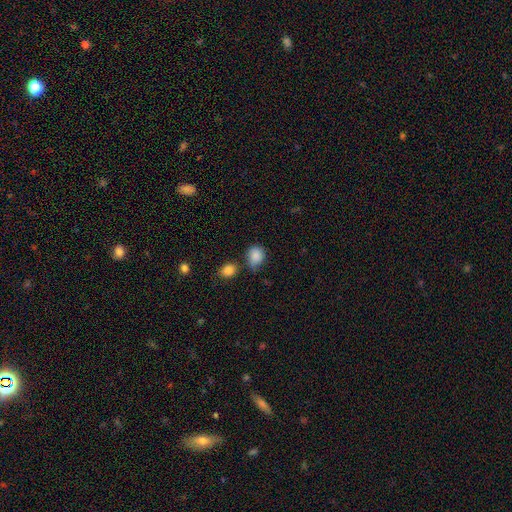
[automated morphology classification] Smooth or featured: smooth — 86% (star or artifact — 9%)
How rounded: round — 62% (in between — 37%)
Merging: none — 55% (minor disturbance — 27%)